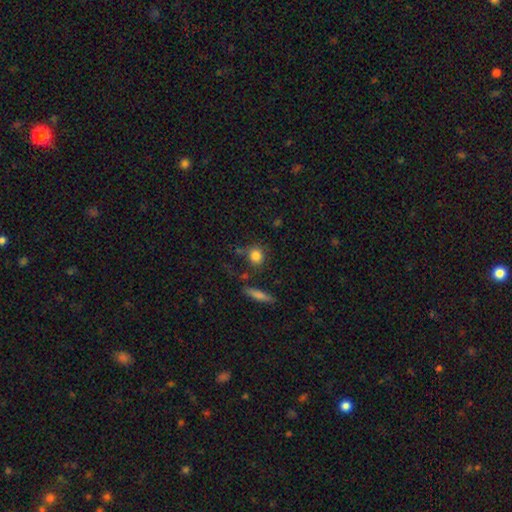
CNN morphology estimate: smooth-or-featured: smooth: 83% | star or artifact: 9% | featured or disk: 7%
  how-rounded: round: 78% | in between: 19% | cigar-shaped: 4%
  merging: none: 72% | minor disturbance: 14% | merger: 9% | major disturbance: 5%